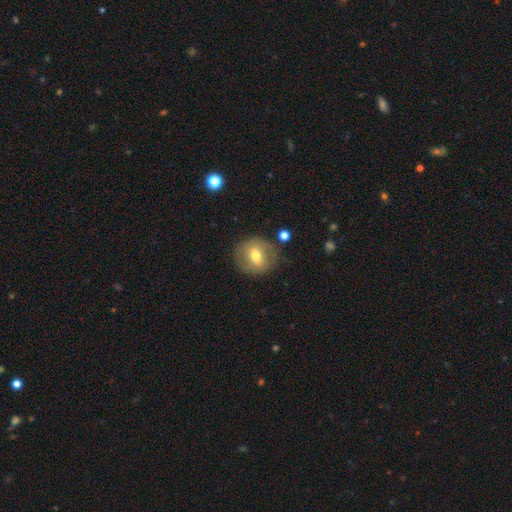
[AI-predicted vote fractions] smooth-or-featured: smooth: 57% | featured or disk: 35% | star or artifact: 8%
  how-rounded: round: 80% | in between: 19% | cigar-shaped: 1%
  merging: none: 78% | minor disturbance: 14% | major disturbance: 6% | merger: 2%